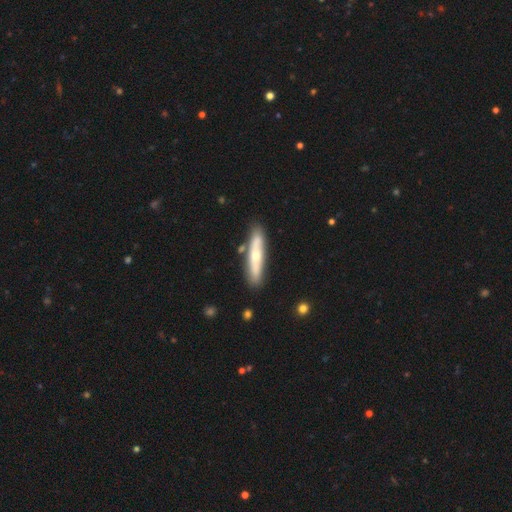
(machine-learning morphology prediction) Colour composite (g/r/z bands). It shows a featured or disk galaxy (49%). Merging: none (80%).